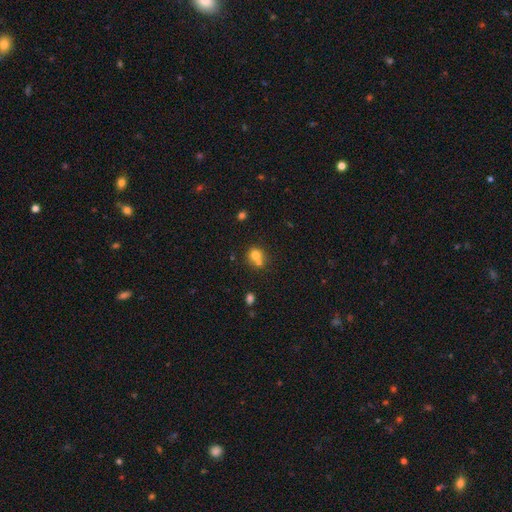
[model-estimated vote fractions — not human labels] This is likely a smooth galaxy (73%). How rounded: likely round (78%). Merging: possibly merger (49%).